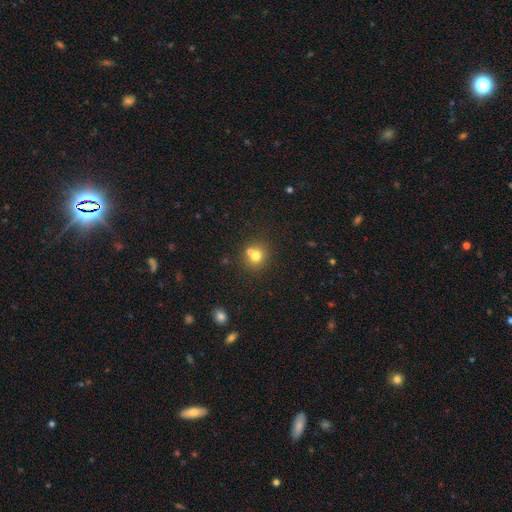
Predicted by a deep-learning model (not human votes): smooth 72%, star or artifact 14%, featured or disk 14%. Down the decision tree: how rounded — round (85%); merging — none (55%).